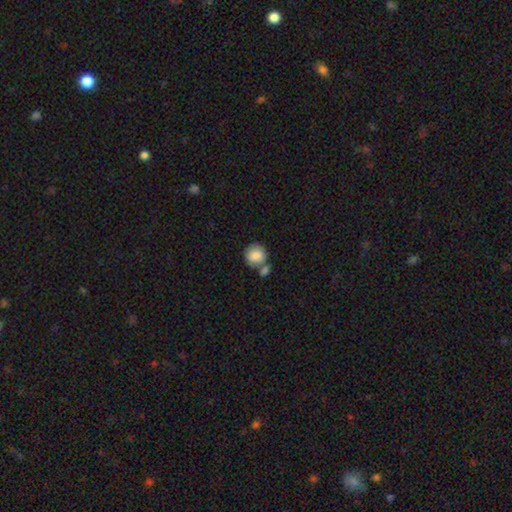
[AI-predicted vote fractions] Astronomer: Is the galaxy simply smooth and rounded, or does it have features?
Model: smooth — 84%.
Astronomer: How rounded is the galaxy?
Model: round — 84%.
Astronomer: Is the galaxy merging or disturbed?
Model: none — 49% (runner-up: merger, 33%).